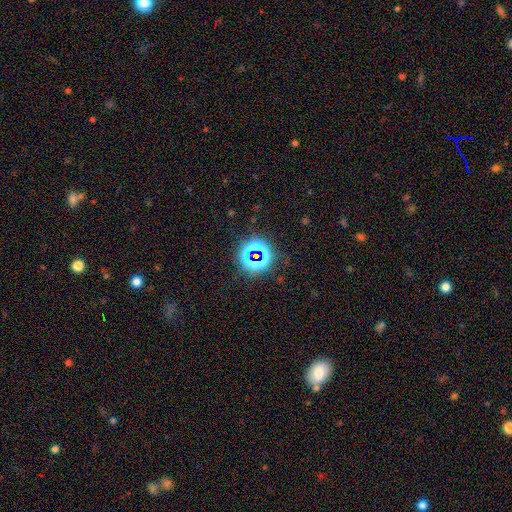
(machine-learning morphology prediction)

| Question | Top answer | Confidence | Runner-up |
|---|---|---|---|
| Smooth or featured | star or artifact | 71% | smooth (20%) |